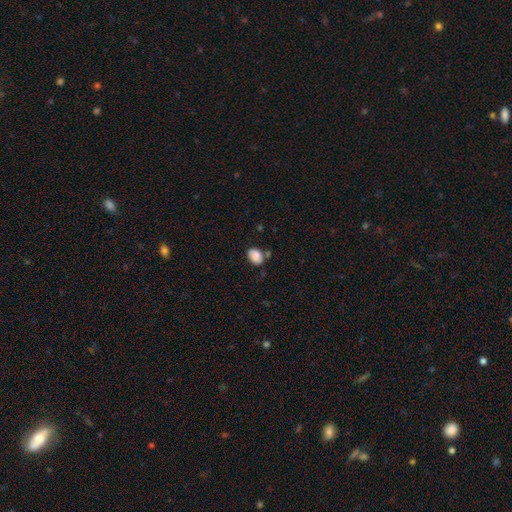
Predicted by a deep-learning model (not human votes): Q: Smooth or featured?
A: smooth (86%); runner-up: star or artifact (8%)
Q: How rounded?
A: in between (74%); runner-up: round (25%)
Q: Merging?
A: none (65%); runner-up: minor disturbance (20%)